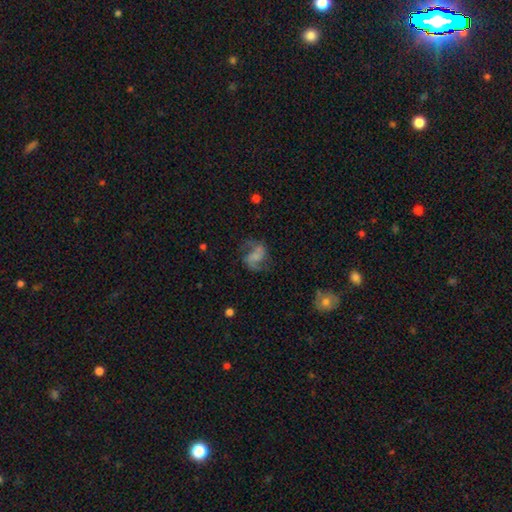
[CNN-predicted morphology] Smooth or featured? featured or disk (71%)
Edge-on disk? no (98%)
Bar? no (47%)
Spiral arms? yes (92%)
Spiral winding? loose (49%)
Spiral arm count? 2 (90%)
Bulge size? none (49%)
Merging? none (62%)